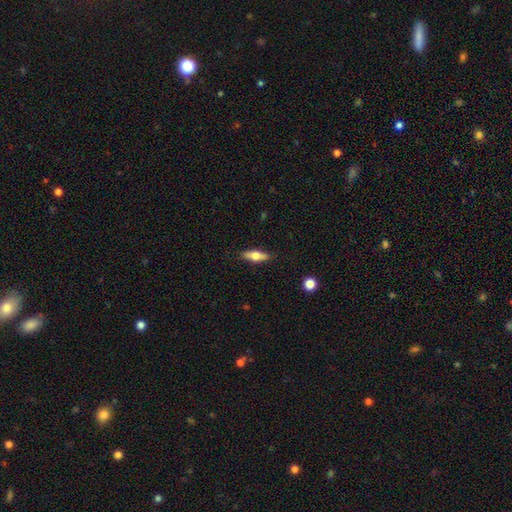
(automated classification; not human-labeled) Smooth or featured? Predicted: smooth (p=0.56). How rounded? Predicted: in between (p=0.53). Merging? Predicted: none (p=0.88).